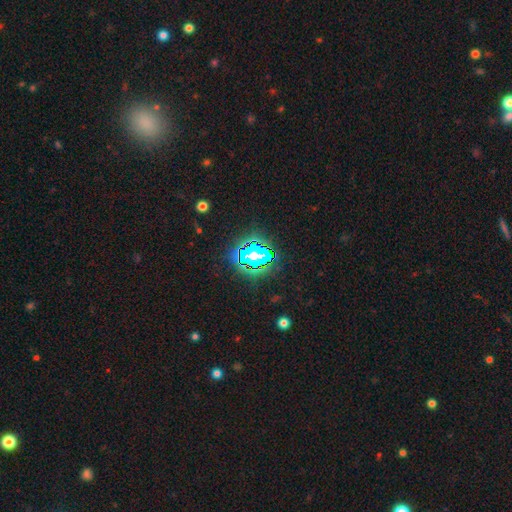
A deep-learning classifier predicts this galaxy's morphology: Smooth or featured?
  - star or artifact: 65% *
  - smooth: 20%
  - featured or disk: 14%